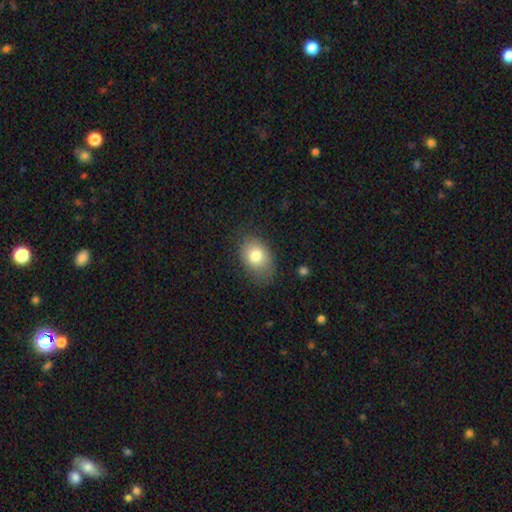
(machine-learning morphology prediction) Smooth or featured? smooth (78%)
How rounded? in between (76%)
Merging? none (68%)